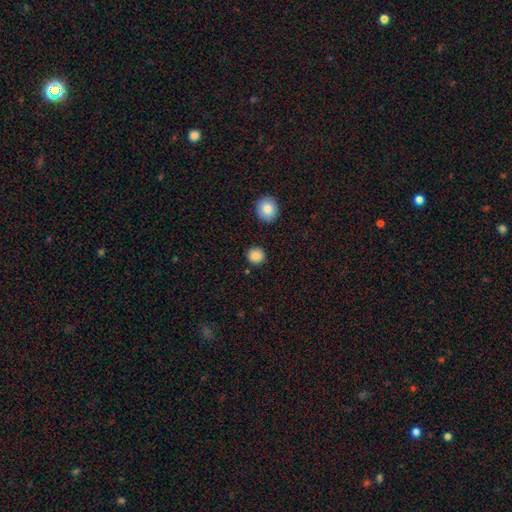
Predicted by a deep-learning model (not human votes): Smooth or featured? Predicted: smooth (p=0.87). How rounded? Predicted: round (p=0.93). Merging? Predicted: none (p=0.89).